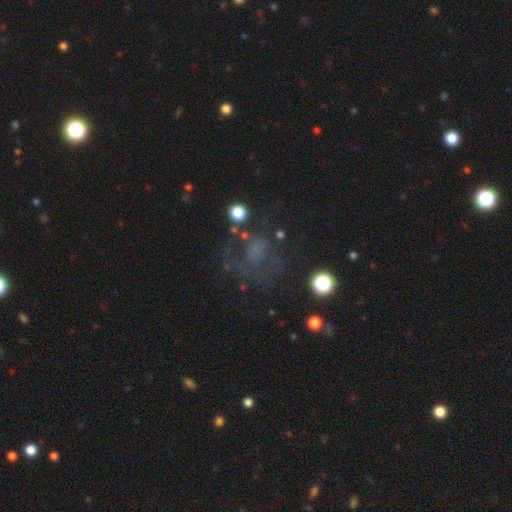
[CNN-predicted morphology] Smooth or featured? star or artifact (40%)